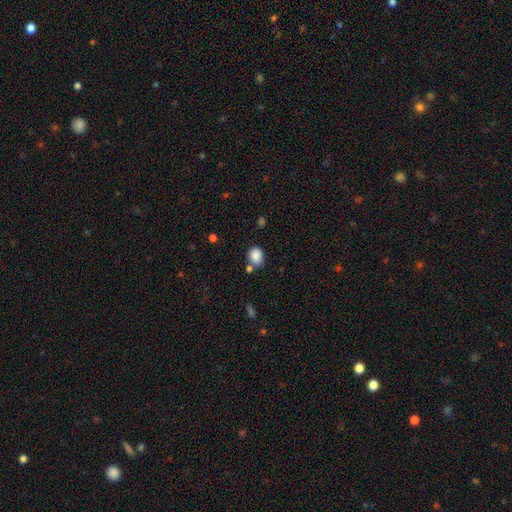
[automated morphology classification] Smooth or featured: smooth — 87% (star or artifact — 9%)
How rounded: round — 53% (in between — 46%)
Merging: none — 70% (minor disturbance — 14%)